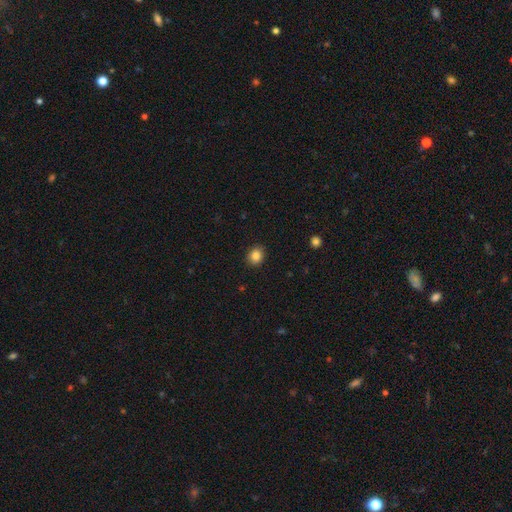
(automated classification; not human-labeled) Smooth or featured? smooth (86%)
How rounded? round (74%)
Merging? none (90%)